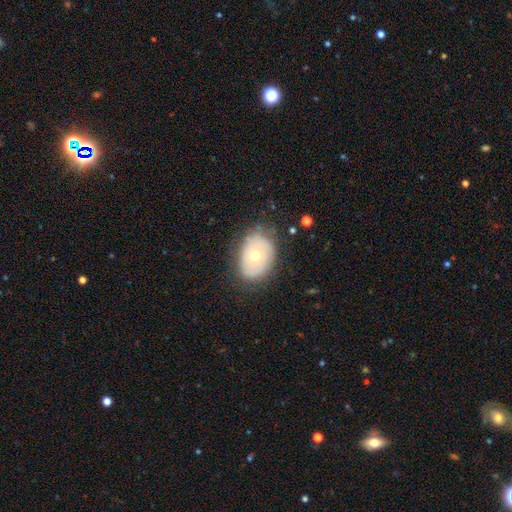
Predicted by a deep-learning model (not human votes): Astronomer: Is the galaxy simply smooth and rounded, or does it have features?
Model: smooth — 47% (runner-up: featured or disk, 45%).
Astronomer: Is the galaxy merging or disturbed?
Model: none — 73%.